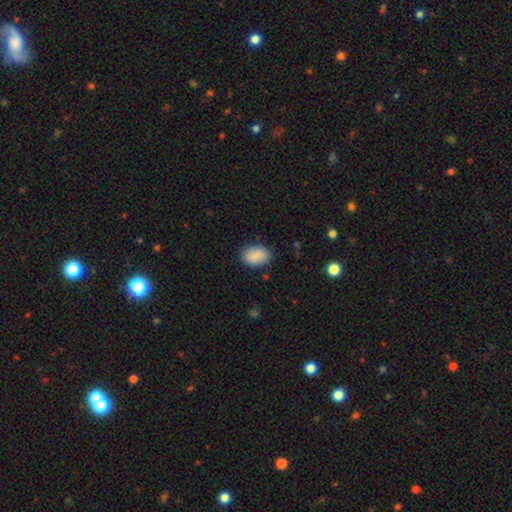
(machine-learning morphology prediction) smooth_or_featured: smooth (p=0.88) [alt: star or artifact p=0.07]
how_rounded: in between (p=0.83) [alt: round p=0.16]
merging: none (p=0.84) [alt: minor disturbance p=0.12]